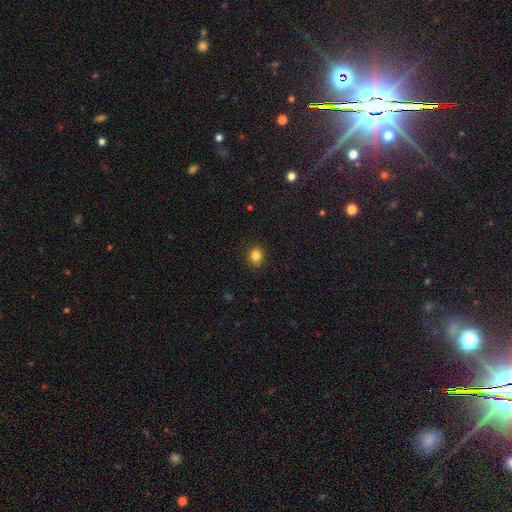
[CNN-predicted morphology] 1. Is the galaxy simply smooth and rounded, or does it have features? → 84% smooth, 11% star or artifact, 5% featured or disk.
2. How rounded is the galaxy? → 69% round, 30% in between, 1% cigar-shaped.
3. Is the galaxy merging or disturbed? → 90% none, 7% minor disturbance, 2% major disturbance, 1% merger.